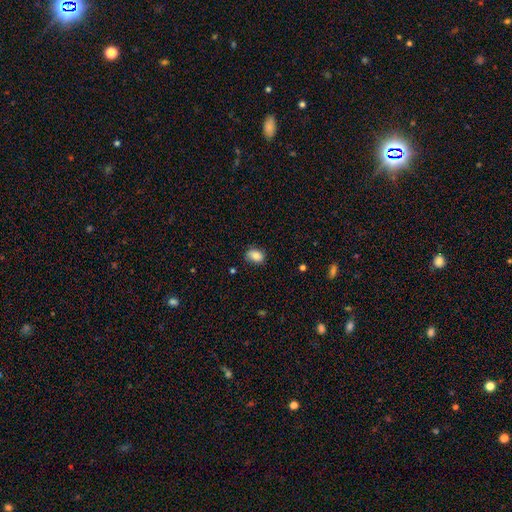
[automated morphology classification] The model was most divided on "how rounded": in between: 75%, round: 24%, cigar-shaped: 1%. More confident: smooth or featured — smooth (85%); merging — none (76%).